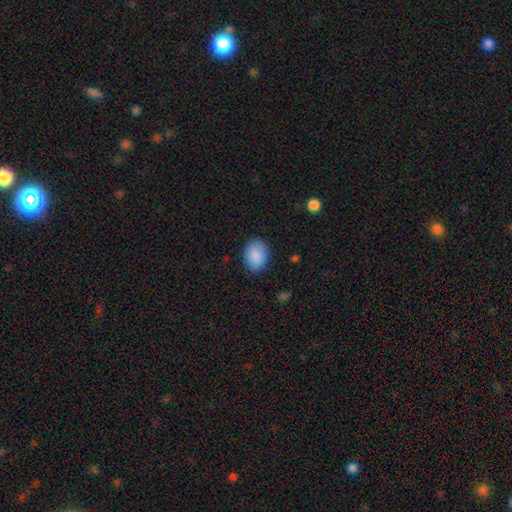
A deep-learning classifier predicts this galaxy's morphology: smooth_or_featured: smooth (p=0.88) [alt: star or artifact p=0.06]
how_rounded: in between (p=0.71) [alt: round p=0.28]
merging: none (p=0.85) [alt: minor disturbance p=0.11]